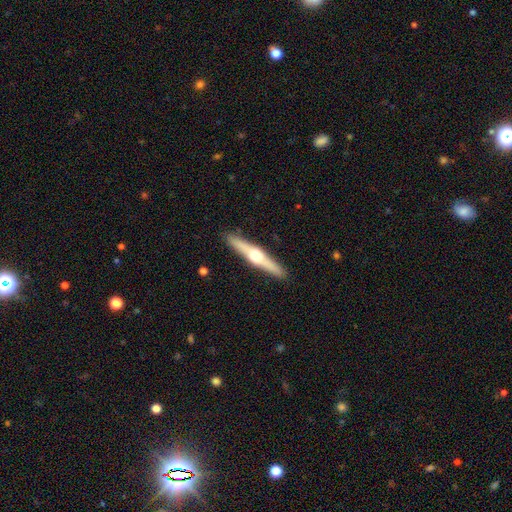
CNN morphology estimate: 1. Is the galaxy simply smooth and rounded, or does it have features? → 66% featured or disk, 29% smooth, 5% star or artifact.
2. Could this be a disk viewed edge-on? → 97% yes, 3% no.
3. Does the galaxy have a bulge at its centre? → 95% rounded, 3% boxy, 3% none.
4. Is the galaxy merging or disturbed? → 91% none, 7% minor disturbance, 1% major disturbance, 1% merger.